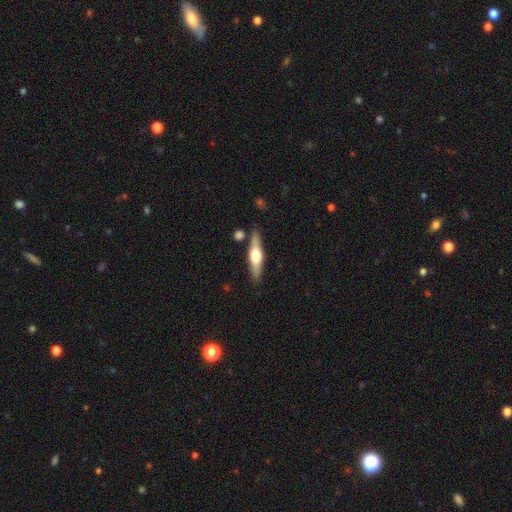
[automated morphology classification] The model was most divided on "smooth or featured": featured or disk: 59%, smooth: 36%, star or artifact: 6%. More confident: edge-on disk — yes (95%); edge-on bulge — rounded (93%); merging — none (83%).